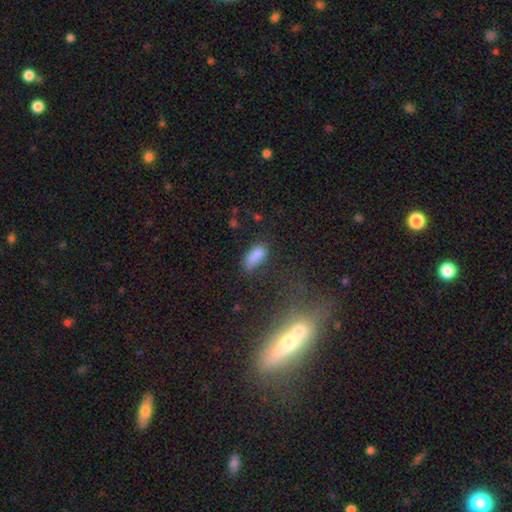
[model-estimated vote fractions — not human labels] A smooth galaxy with no disk features (82%) that is in between round and cigar-shaped (84%). Merging: none (54%).